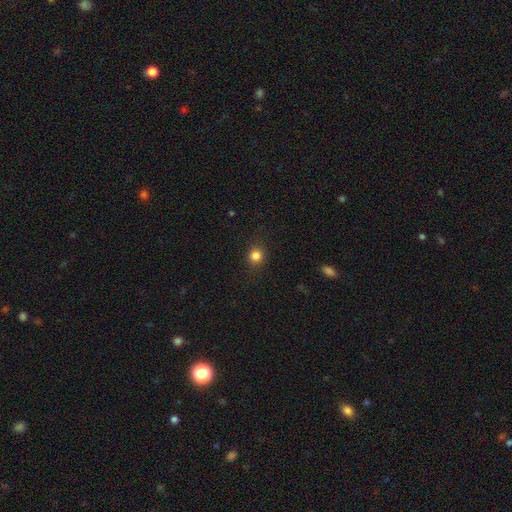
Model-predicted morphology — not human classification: smooth-or-featured: smooth: 83% | star or artifact: 12% | featured or disk: 4%
  how-rounded: round: 89% | in between: 10% | cigar-shaped: 1%
  merging: none: 88% | minor disturbance: 8% | major disturbance: 3% | merger: 1%